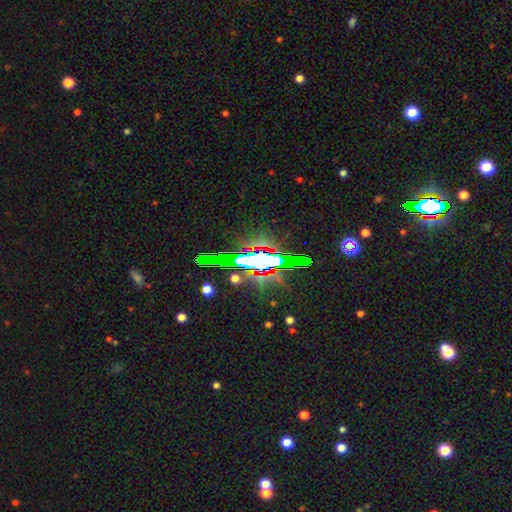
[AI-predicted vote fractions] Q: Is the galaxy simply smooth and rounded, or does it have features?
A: star or artifact — 75%.